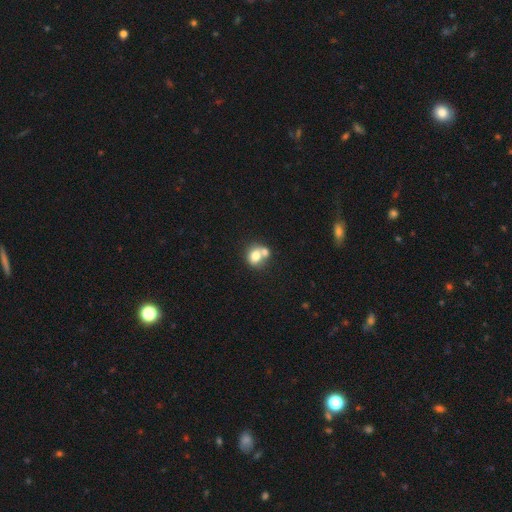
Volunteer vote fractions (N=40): Smooth or featured: smooth — 80% (featured or disk — 10%)
How rounded: round — 78% (in between — 22%)
Merging: merger — 67% (none — 28%)